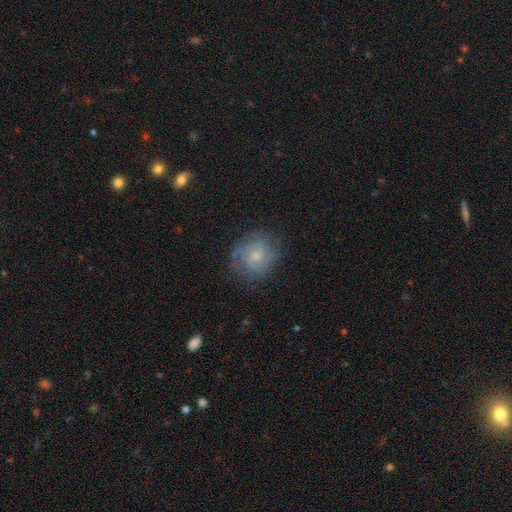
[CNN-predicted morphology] Smooth or featured? Predicted: featured or disk (p=0.57). Edge-on disk? Predicted: no (p=0.98). Bar? Predicted: no (p=0.73). Spiral arms? Predicted: yes (p=0.82). Bulge size? Predicted: small (p=0.53). Merging? Predicted: none (p=0.72).